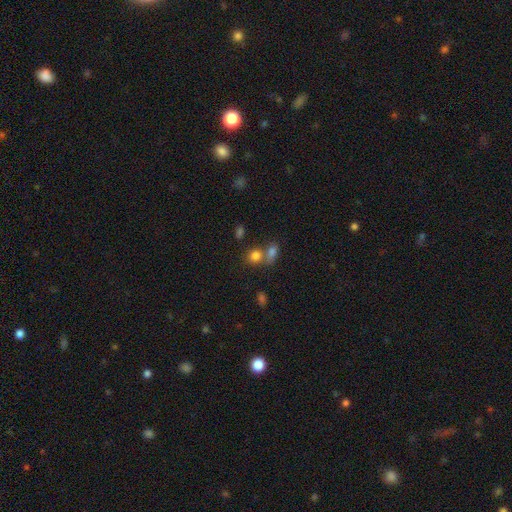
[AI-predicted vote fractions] smooth_or_featured: smooth (p=0.80) [alt: star or artifact p=0.12]
how_rounded: round (p=0.66) [alt: in between p=0.33]
merging: none (p=0.48) [alt: merger p=0.38]